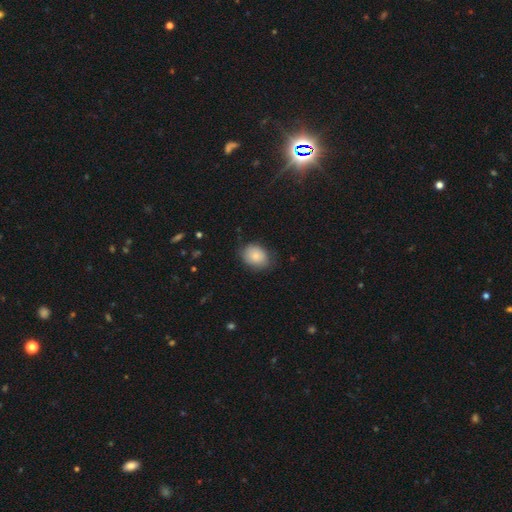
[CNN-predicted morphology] type=smooth (81%); roundness=in between (51%); merging=none (72%).